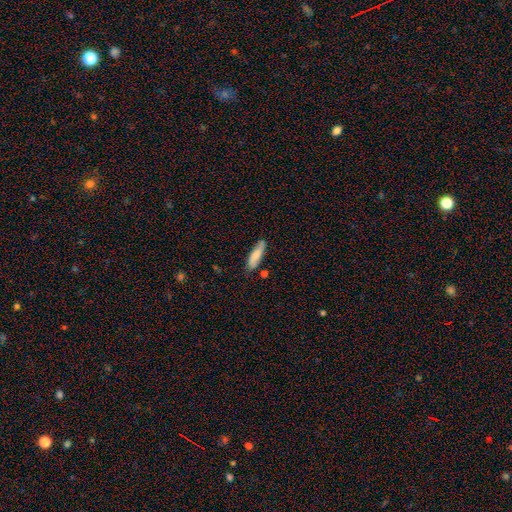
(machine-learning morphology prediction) A smooth galaxy with no disk features (74%) that is cigar-shaped (58%).

Vote fractions:
- Smooth or featured? smooth: 74% / featured or disk: 20% / star or artifact: 6%
- How rounded? cigar-shaped: 58% / in between: 40% / round: 2%
- Merging? none: 72% / minor disturbance: 20% / merger: 5% / major disturbance: 4%